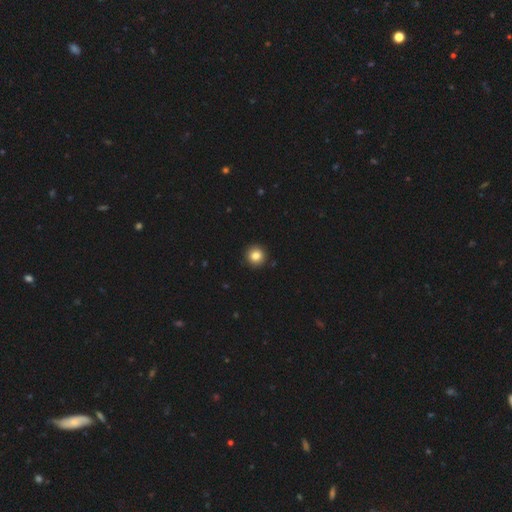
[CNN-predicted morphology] Q: Smooth or featured?
A: smooth (83%); runner-up: star or artifact (10%)
Q: How rounded?
A: round (95%); runner-up: in between (4%)
Q: Merging?
A: none (93%); runner-up: minor disturbance (5%)